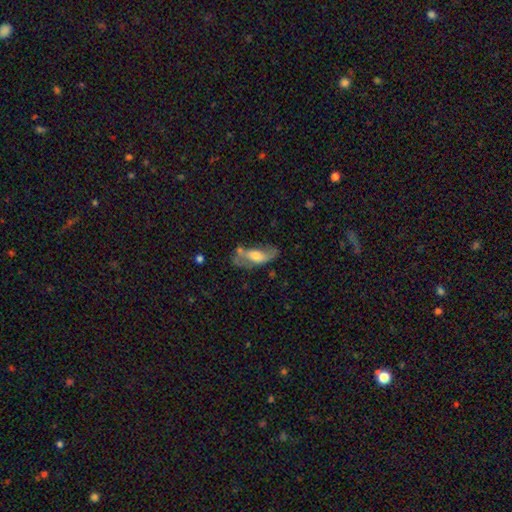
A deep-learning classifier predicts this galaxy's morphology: The model was most divided on "smooth or featured": featured or disk: 54%, smooth: 39%, star or artifact: 7%. Remaining: edge-on disk — no (83%); merging — none (44%).